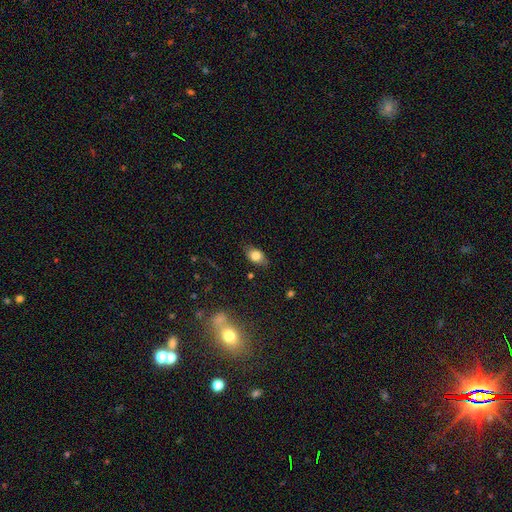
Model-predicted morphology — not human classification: Q: Smooth or featured?
A: smooth (78%); runner-up: featured or disk (12%)
Q: How rounded?
A: in between (83%); runner-up: round (15%)
Q: Merging?
A: none (77%); runner-up: minor disturbance (18%)